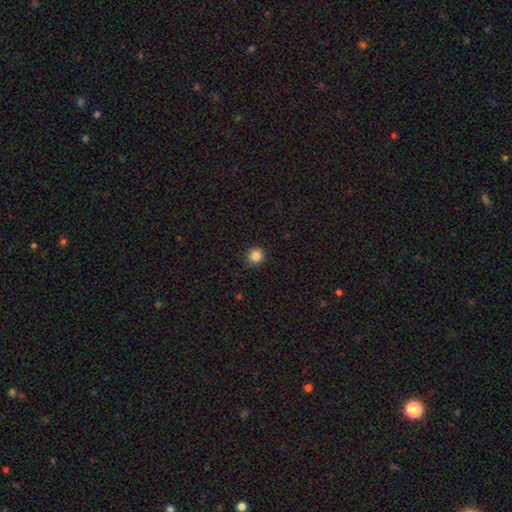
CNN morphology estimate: The model was most divided on "smooth or featured": smooth: 86%, star or artifact: 11%, featured or disk: 3%. More confident: how rounded — round (95%); merging — none (90%).